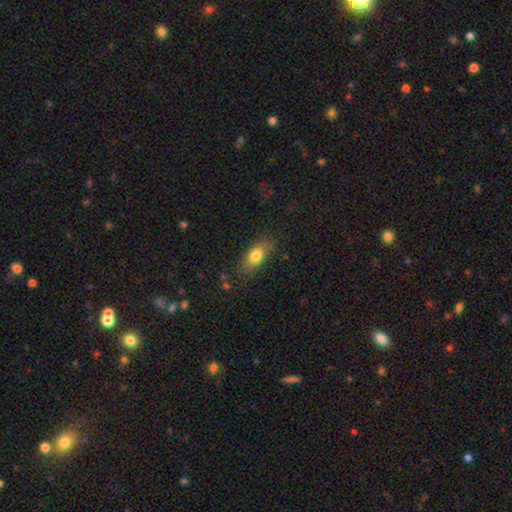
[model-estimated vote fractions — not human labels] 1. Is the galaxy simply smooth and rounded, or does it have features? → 78% smooth, 14% featured or disk, 8% star or artifact.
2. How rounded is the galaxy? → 79% in between, 14% cigar-shaped, 6% round.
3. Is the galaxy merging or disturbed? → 77% none, 16% minor disturbance, 5% major disturbance, 2% merger.